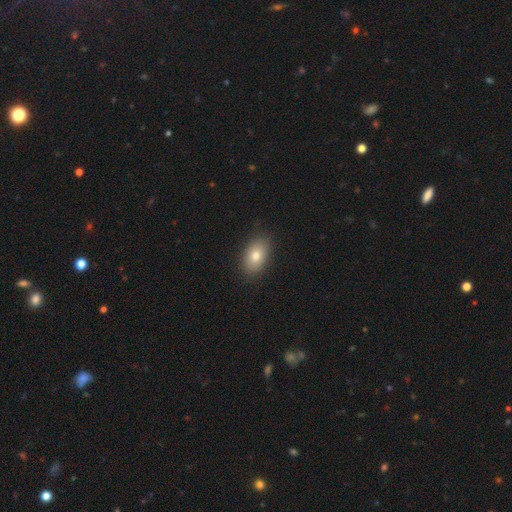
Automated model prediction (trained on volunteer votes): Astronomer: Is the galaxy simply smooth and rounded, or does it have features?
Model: smooth — 79%.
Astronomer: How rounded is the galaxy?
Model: in between — 88%.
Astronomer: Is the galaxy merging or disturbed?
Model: none — 88%.